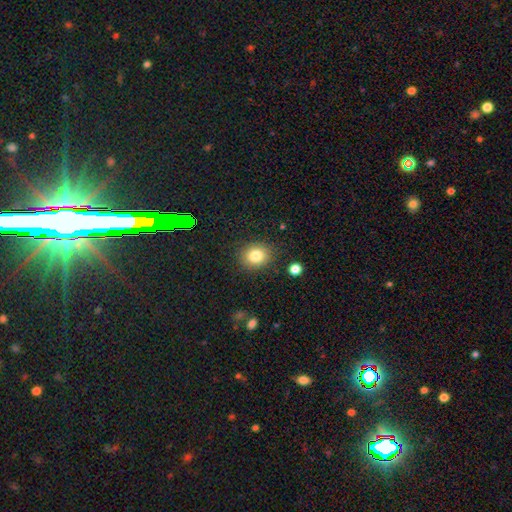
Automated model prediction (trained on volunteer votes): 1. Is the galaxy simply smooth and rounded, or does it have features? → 82% smooth, 11% star or artifact, 7% featured or disk.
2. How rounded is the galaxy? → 70% round, 29% in between, 1% cigar-shaped.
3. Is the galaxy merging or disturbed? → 86% none, 9% minor disturbance, 3% major disturbance, 2% merger.